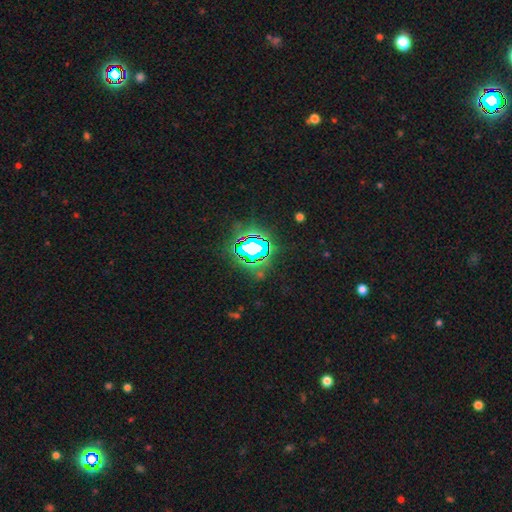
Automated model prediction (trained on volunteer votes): Overall: star or artifact (84%).